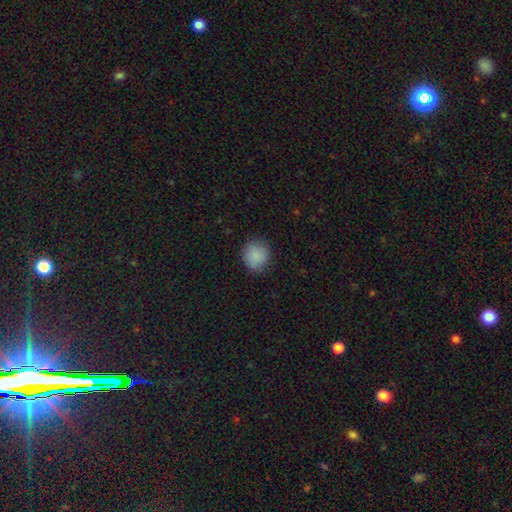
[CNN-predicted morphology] smooth_or_featured: smooth (p=0.86) [alt: star or artifact p=0.09]
how_rounded: round (p=0.83) [alt: in between p=0.16]
merging: none (p=0.81) [alt: minor disturbance p=0.15]